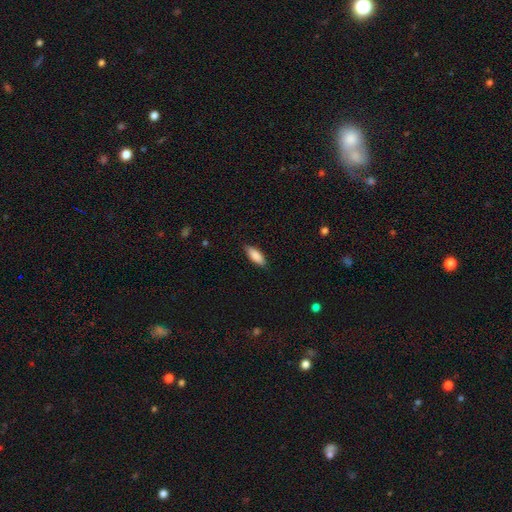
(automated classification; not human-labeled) A smooth galaxy with no disk features (85%) that is in between round and cigar-shaped (69%).

Vote fractions:
- Smooth or featured? smooth: 85% / featured or disk: 9% / star or artifact: 6%
- How rounded? in between: 69% / cigar-shaped: 29% / round: 2%
- Merging? none: 84% / minor disturbance: 12% / major disturbance: 2% / merger: 1%